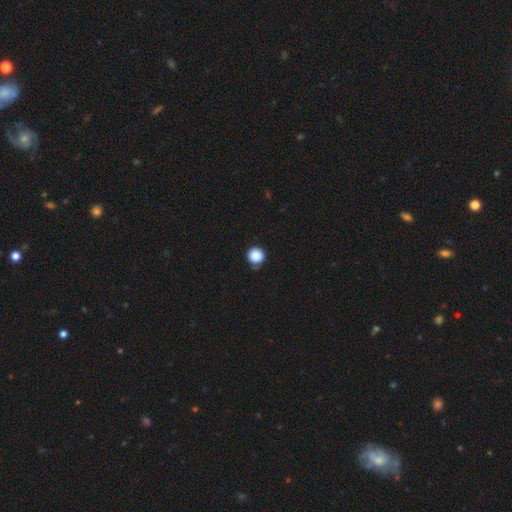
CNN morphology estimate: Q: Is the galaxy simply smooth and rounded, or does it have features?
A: smooth — 88%.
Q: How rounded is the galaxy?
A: round — 96%.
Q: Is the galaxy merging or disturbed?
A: none — 85%.